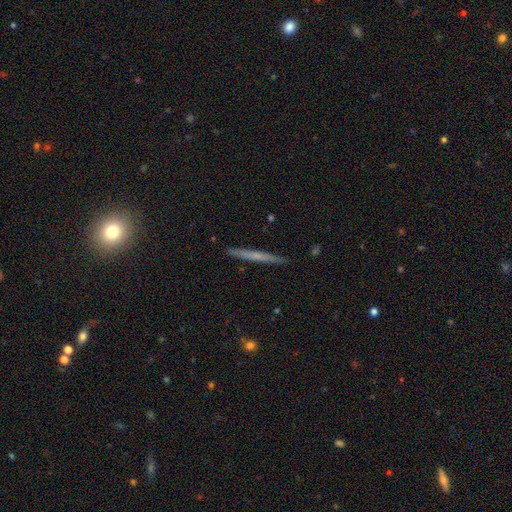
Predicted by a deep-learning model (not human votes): Smooth or featured? Predicted: featured or disk (p=0.51). Edge-on disk? Predicted: yes (p=0.97). Merging? Predicted: none (p=0.91).